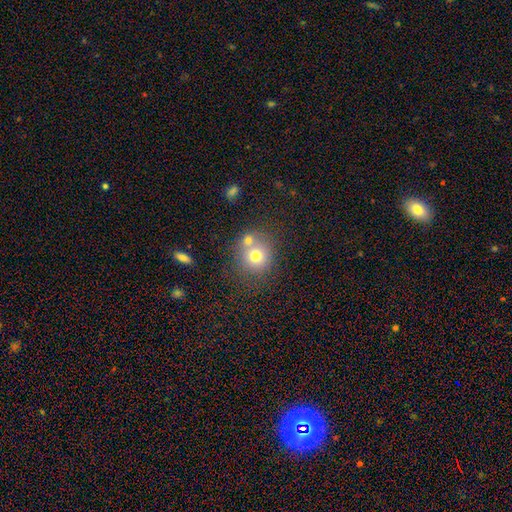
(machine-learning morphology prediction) A smooth galaxy with no disk features (72%) that is round (88%).

Vote fractions:
- Smooth or featured? smooth: 72% / featured or disk: 16% / star or artifact: 12%
- How rounded? round: 88% / in between: 11% / cigar-shaped: 1%
- Merging? none: 53% / merger: 34% / minor disturbance: 9% / major disturbance: 4%